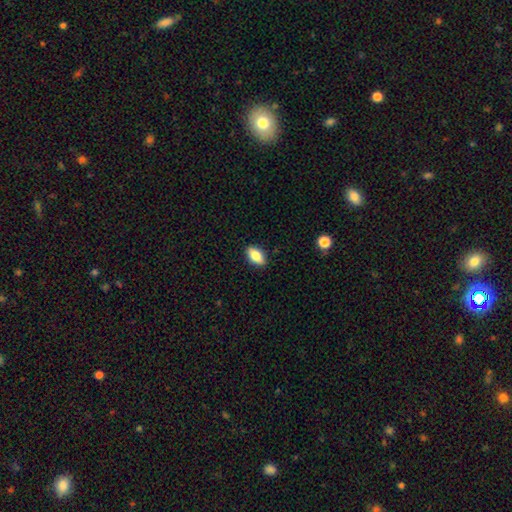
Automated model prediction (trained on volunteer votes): This appears to be a smooth galaxy with no disk features (79%) that is in between round and cigar-shaped (88%). Merging: none (88%).